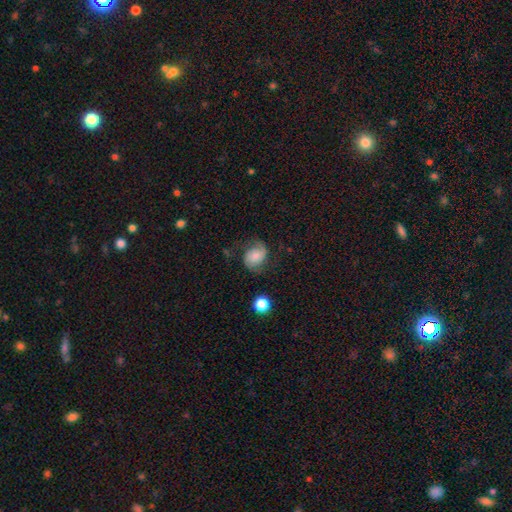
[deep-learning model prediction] This is possibly a featured or disk galaxy (50%). It is clearly not viewed edge-on (97%). Merging: likely none (63%).